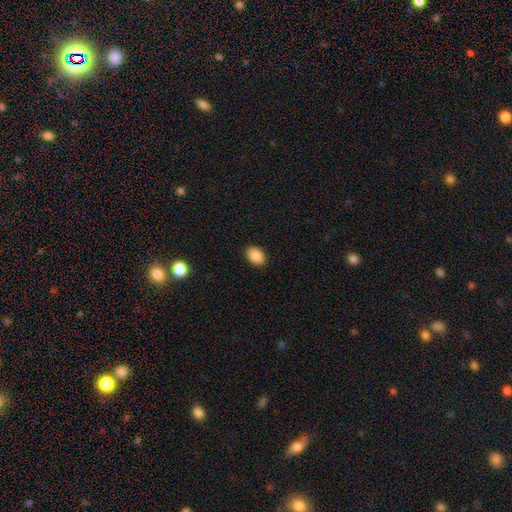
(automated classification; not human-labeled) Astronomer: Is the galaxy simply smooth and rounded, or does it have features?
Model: smooth — 89%.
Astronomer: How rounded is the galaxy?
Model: in between — 83%.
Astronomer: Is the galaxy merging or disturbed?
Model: none — 90%.